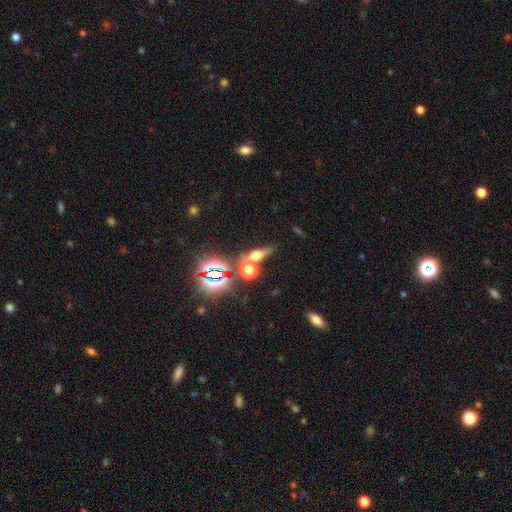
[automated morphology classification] Overall: smooth (44%; star or artifact 35%). Merging: none (61%).